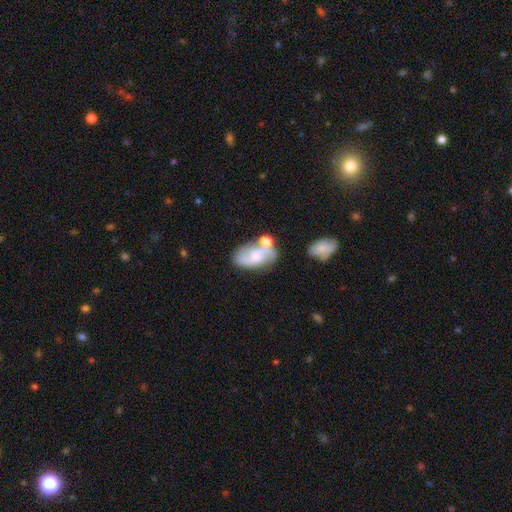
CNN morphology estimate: smooth-or-featured: featured or disk: 65% | smooth: 27% | star or artifact: 8%
  disk-edge-on: no: 96% | yes: 4%
    bar: no: 58% | weak: 35% | strong: 7%
    has-spiral-arms: yes: 89% | no: 11%
      spiral-winding: medium: 45% | loose: 38% | tight: 16%
      spiral-arm-count: 2: 86% | can't tell: 7% | 1: 3% | 3: 2% | 4: 1% | more than 4: 1%
    bulge-size: moderate: 42% | small: 41% | none: 9% | large: 6% | dominant: 2%
  merging: none: 52% | merger: 23% | minor disturbance: 18% | major disturbance: 7%